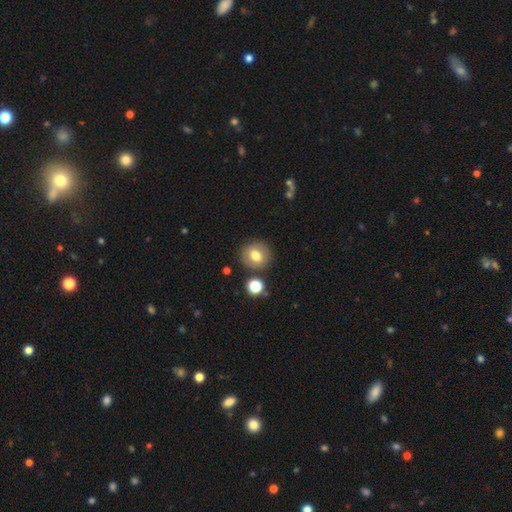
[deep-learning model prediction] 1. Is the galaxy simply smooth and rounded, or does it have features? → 71% smooth, 19% featured or disk, 10% star or artifact.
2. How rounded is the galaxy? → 82% round, 17% in between, 1% cigar-shaped.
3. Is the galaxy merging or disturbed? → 83% none, 9% minor disturbance, 5% merger, 3% major disturbance.